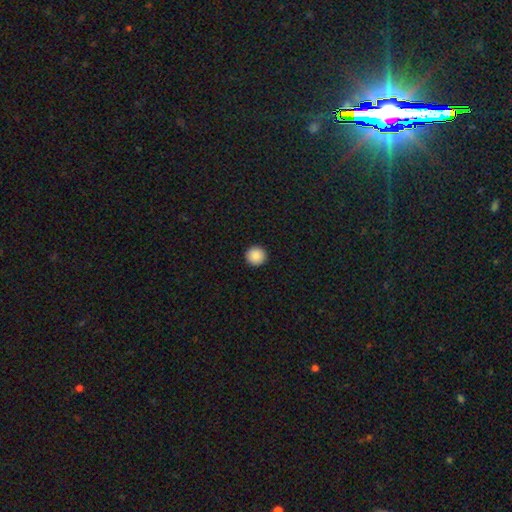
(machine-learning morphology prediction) Smooth or featured: smooth — 88% (star or artifact — 9%)
How rounded: round — 96% (in between — 3%)
Merging: none — 94% (minor disturbance — 4%)